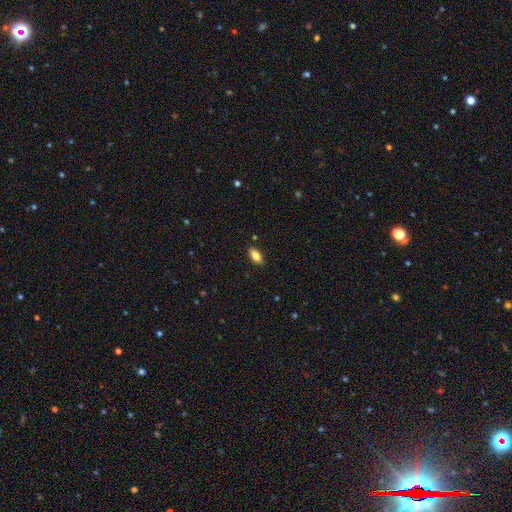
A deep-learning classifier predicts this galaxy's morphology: This appears to be a smooth galaxy with no disk features (84%) that is in between round and cigar-shaped (89%). Merging: none (88%).